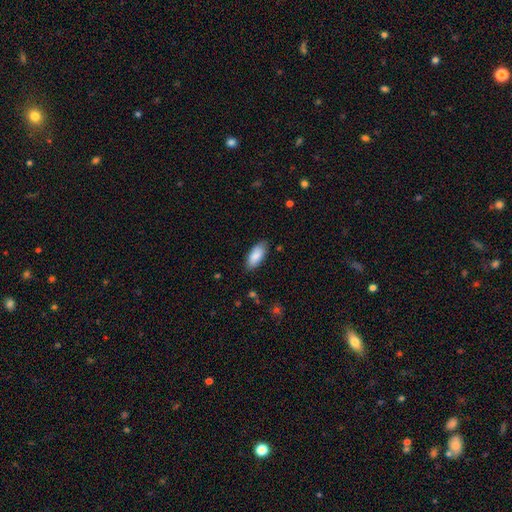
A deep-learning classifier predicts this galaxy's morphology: smooth_or_featured: smooth (p=0.87) [alt: featured or disk p=0.07]
how_rounded: in between (p=0.87) [alt: cigar-shaped p=0.12]
merging: none (p=0.84) [alt: minor disturbance p=0.13]